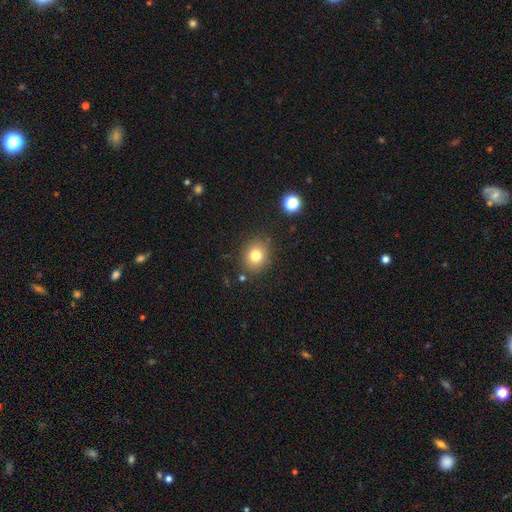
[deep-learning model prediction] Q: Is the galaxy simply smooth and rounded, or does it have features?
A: smooth — 79%.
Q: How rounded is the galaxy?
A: round — 70%.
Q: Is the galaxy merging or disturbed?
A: none — 84%.